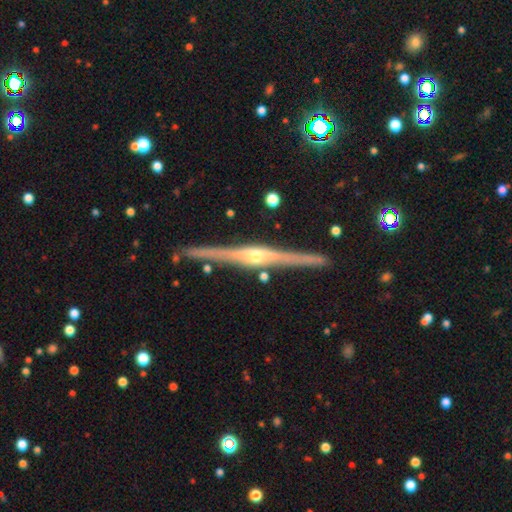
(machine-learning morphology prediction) Smooth or featured?
  - featured or disk: 89% *
  - smooth: 6%
  - star or artifact: 5%
Edge-on disk?
  - yes: 98% *
  - no: 2%
Edge-on bulge?
  - rounded: 88% *
  - none: 6%
  - boxy: 6%
Merging?
  - none: 89% *
  - minor disturbance: 7%
  - merger: 2%
  - major disturbance: 1%